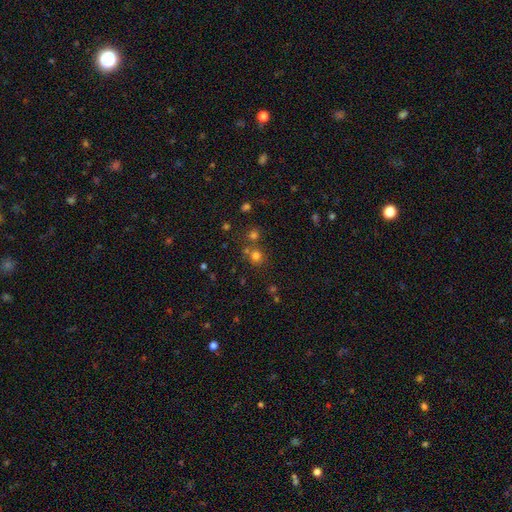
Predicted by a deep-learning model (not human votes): This appears to be a smooth galaxy with no disk features (72%) that is round (89%). Merging: none (67%).